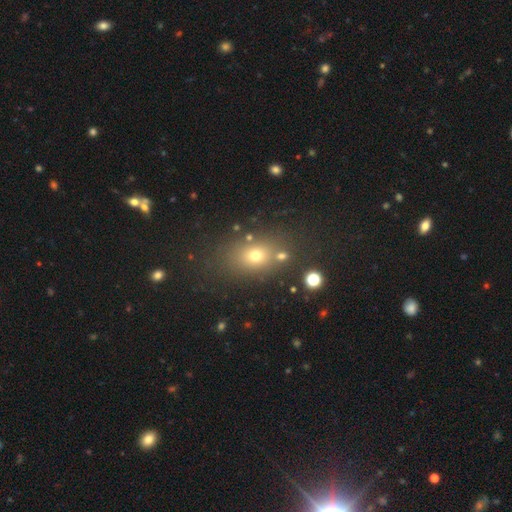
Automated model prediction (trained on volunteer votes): A smooth galaxy with no disk features (67%) that is in between round and cigar-shaped (61%).

Vote fractions:
- Smooth or featured? smooth: 67% / star or artifact: 19% / featured or disk: 13%
- How rounded? in between: 61% / round: 37% / cigar-shaped: 2%
- Merging? none: 74% / minor disturbance: 11% / merger: 9% / major disturbance: 6%